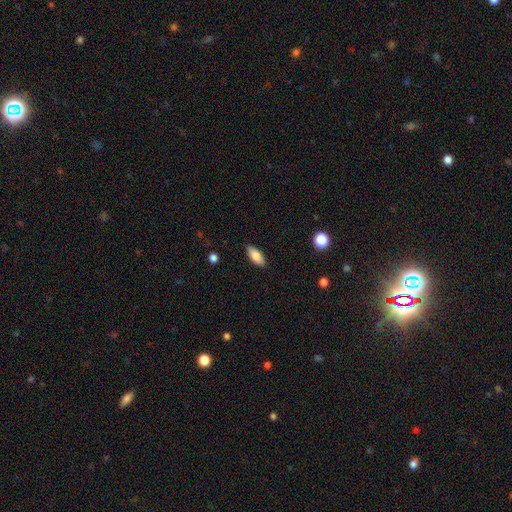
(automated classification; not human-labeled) Smooth or featured?
  - smooth: 81% *
  - featured or disk: 13%
  - star or artifact: 7%
How rounded?
  - in between: 83% *
  - cigar-shaped: 15%
  - round: 2%
Merging?
  - none: 88% *
  - minor disturbance: 9%
  - major disturbance: 2%
  - merger: 1%